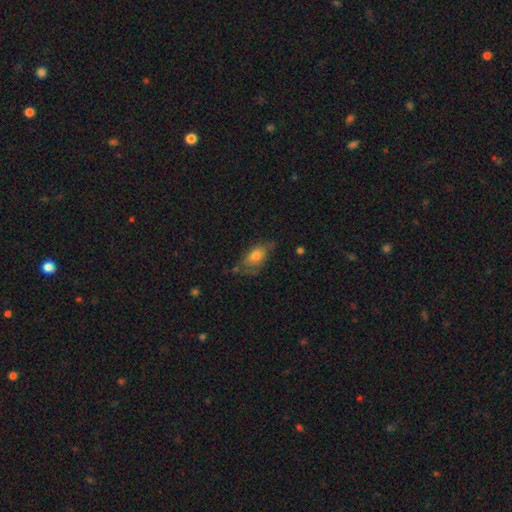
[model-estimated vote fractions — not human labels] smooth-or-featured: smooth: 69% | featured or disk: 23% | star or artifact: 9%
  how-rounded: in between: 86% | round: 8% | cigar-shaped: 5%
  merging: none: 46% | minor disturbance: 32% | major disturbance: 18% | merger: 4%